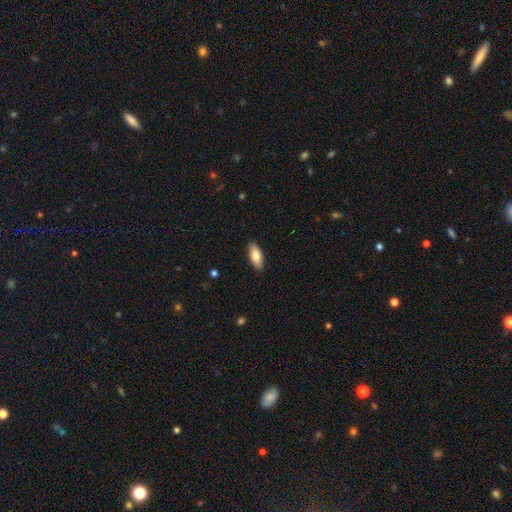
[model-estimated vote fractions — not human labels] smooth_or_featured: smooth (p=0.80) [alt: featured or disk p=0.14]
how_rounded: in between (p=0.84) [alt: cigar-shaped p=0.14]
merging: none (p=0.90) [alt: minor disturbance p=0.08]